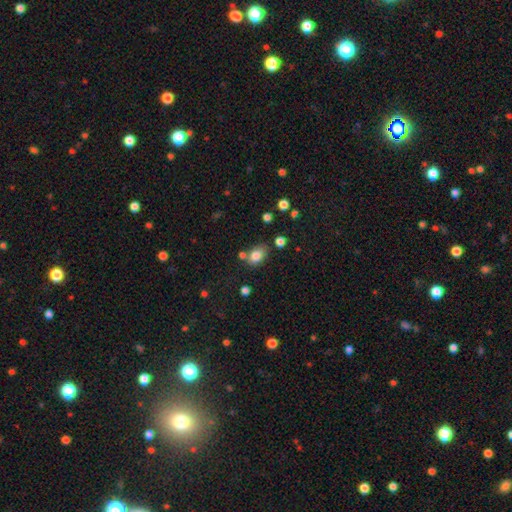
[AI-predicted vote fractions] Smooth or featured? Predicted: smooth (p=0.82). How rounded? Predicted: in between (p=0.75). Merging? Predicted: none (p=0.66).